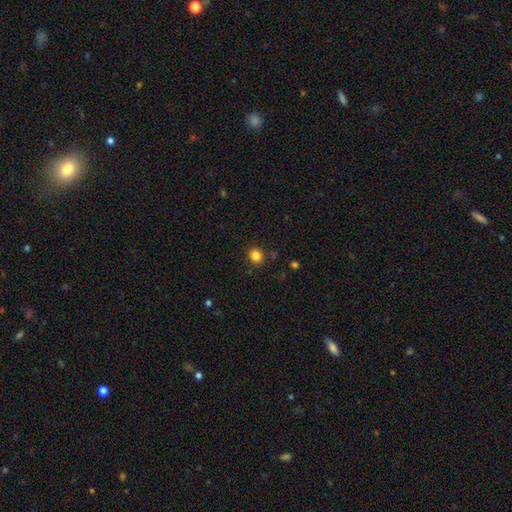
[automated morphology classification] Smooth or featured? Predicted: smooth (p=0.84). How rounded? Predicted: round (p=0.81). Merging? Predicted: none (p=0.88).